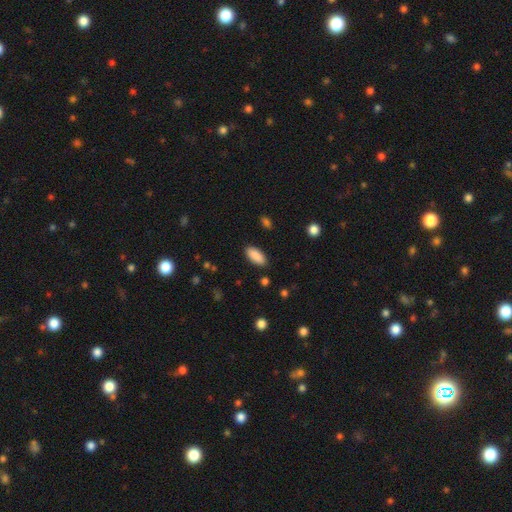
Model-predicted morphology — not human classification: Smooth or featured? smooth (90%)
How rounded? in between (87%)
Merging? none (88%)